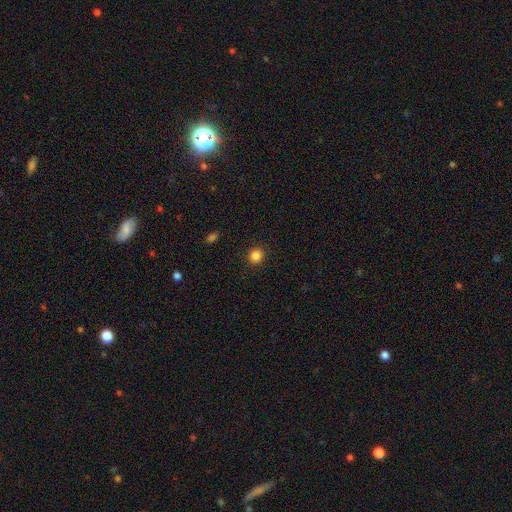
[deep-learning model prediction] A smooth galaxy with no disk features (86%) that is round (86%).

Vote fractions:
- Smooth or featured? smooth: 86% / star or artifact: 11% / featured or disk: 4%
- How rounded? round: 86% / in between: 13% / cigar-shaped: 1%
- Merging? none: 91% / minor disturbance: 6% / major disturbance: 2% / merger: 1%